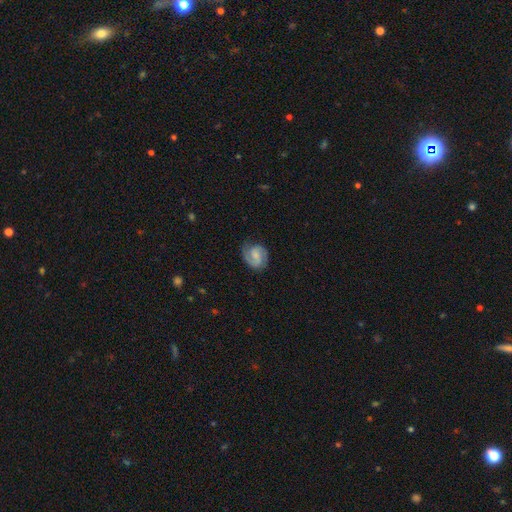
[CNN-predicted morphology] This is likely a featured or disk galaxy (75%). It is clearly not viewed edge-on (98%). Bar: possibly weak (50%). Spiral arm pattern: clearly yes (95%). Spiral arm count: clearly 2 (82%). Spiral winding: possibly medium (49%). Central bulge: marginally small (37%). Merging: likely none (74%).